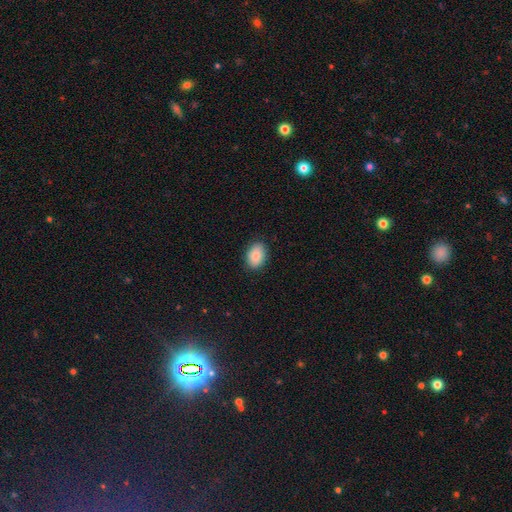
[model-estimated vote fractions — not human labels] smooth 86%, star or artifact 7%, featured or disk 7%. Down the decision tree: how rounded — in between (83%); merging — none (88%).